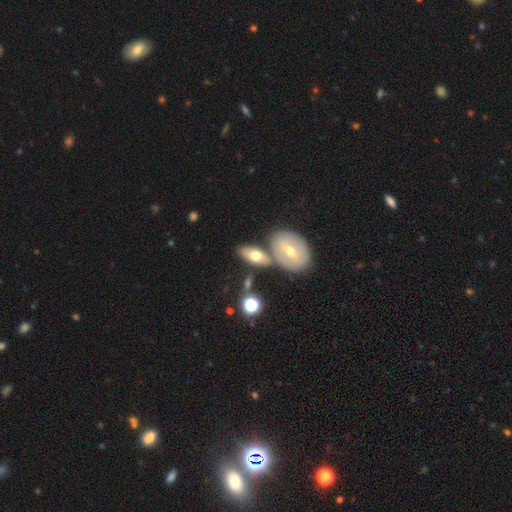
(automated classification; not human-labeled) smooth-or-featured: smooth: 60% | featured or disk: 33% | star or artifact: 7%
  how-rounded: in between: 85% | cigar-shaped: 8% | round: 6%
  merging: none: 54% | merger: 29% | minor disturbance: 12% | major disturbance: 4%